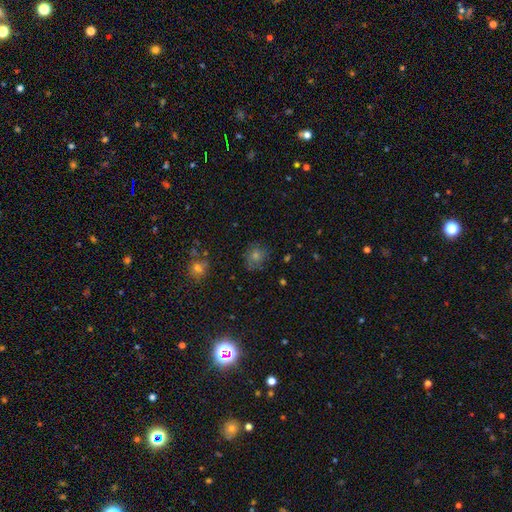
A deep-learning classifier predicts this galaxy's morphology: Smooth or featured: smooth — 42% (star or artifact — 38%)
Merging: none — 78% (minor disturbance — 14%)